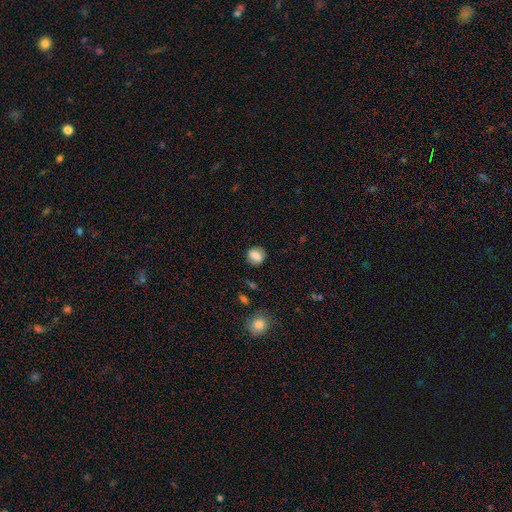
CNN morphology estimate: A smooth galaxy with no disk features (75%) that is round (58%).

Vote fractions:
- Smooth or featured? smooth: 75% / featured or disk: 16% / star or artifact: 9%
- How rounded? round: 58% / in between: 40% / cigar-shaped: 3%
- Merging? none: 83% / minor disturbance: 12% / major disturbance: 4% / merger: 2%